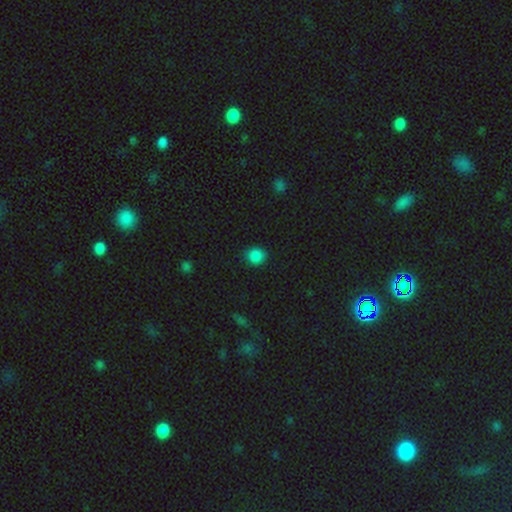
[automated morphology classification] Overall: smooth (85%). How rounded: round (82%). Merging: none (87%).